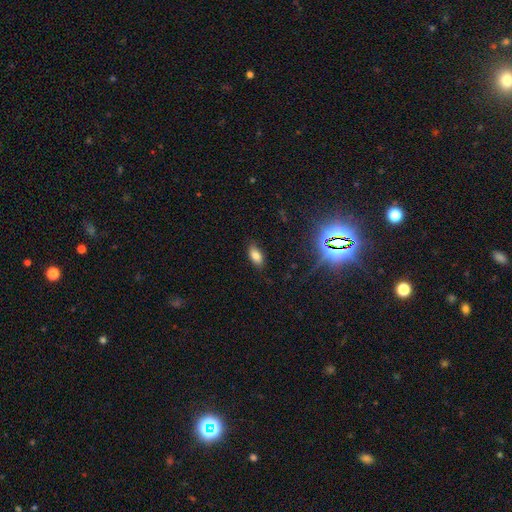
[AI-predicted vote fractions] Smooth or featured: smooth — 79% (star or artifact — 13%)
How rounded: in between — 90% (cigar-shaped — 6%)
Merging: none — 84% (minor disturbance — 12%)